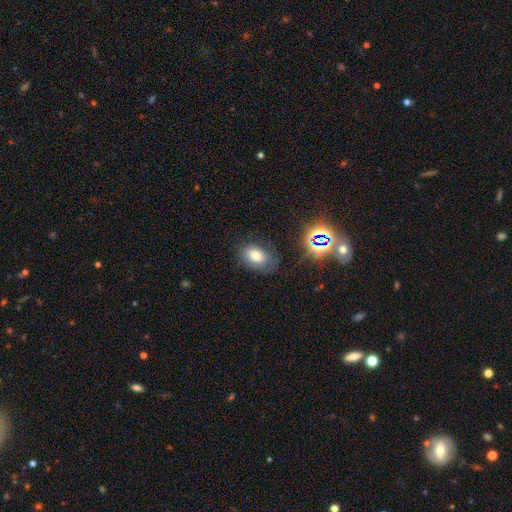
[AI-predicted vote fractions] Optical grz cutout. It shows a smooth galaxy with no disk features (72%) that is in between round and cigar-shaped (84%). Merging: none (72%).